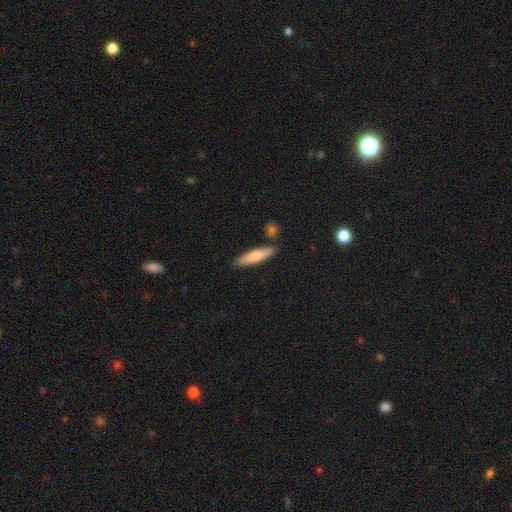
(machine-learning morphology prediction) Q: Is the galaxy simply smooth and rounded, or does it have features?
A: smooth — 71%.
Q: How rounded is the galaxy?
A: cigar-shaped — 73%.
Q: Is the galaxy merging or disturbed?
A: none — 82%.